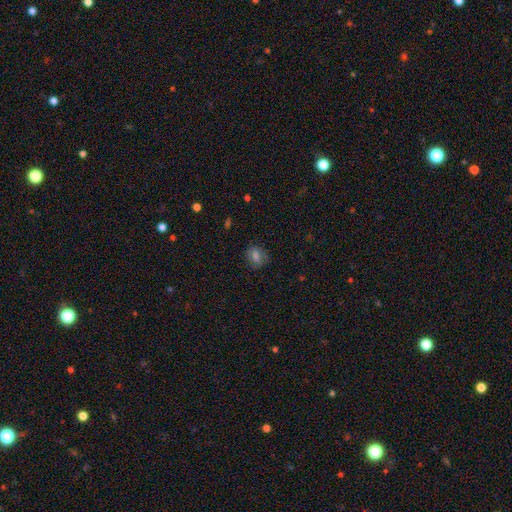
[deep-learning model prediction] smooth 72%, star or artifact 14%, featured or disk 13%. Down the decision tree: how rounded — round (54%); merging — none (83%).